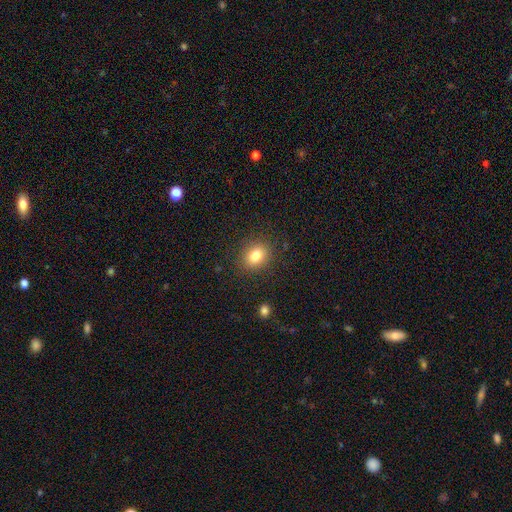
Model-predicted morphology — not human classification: Overall: smooth (81%). How rounded: round (58%; in between 41%). Merging: none (87%).